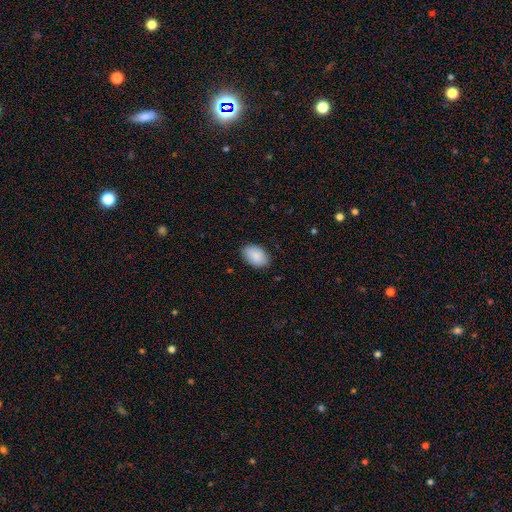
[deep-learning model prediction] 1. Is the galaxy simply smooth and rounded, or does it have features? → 89% smooth, 6% star or artifact, 4% featured or disk.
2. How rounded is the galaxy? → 90% in between, 9% round, 1% cigar-shaped.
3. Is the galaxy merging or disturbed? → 86% none, 10% minor disturbance, 2% major disturbance, 1% merger.